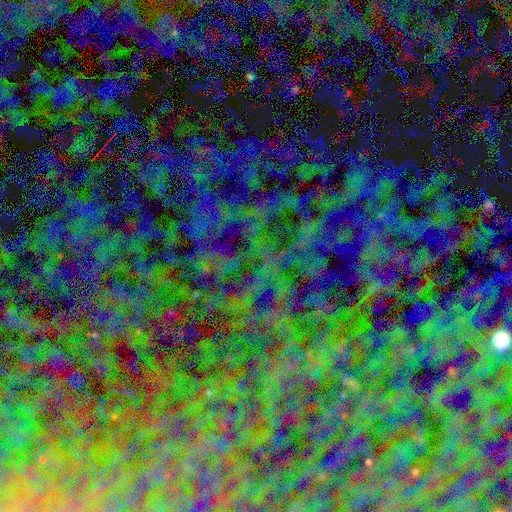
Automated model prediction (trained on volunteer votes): Smooth or featured? star or artifact (79%)